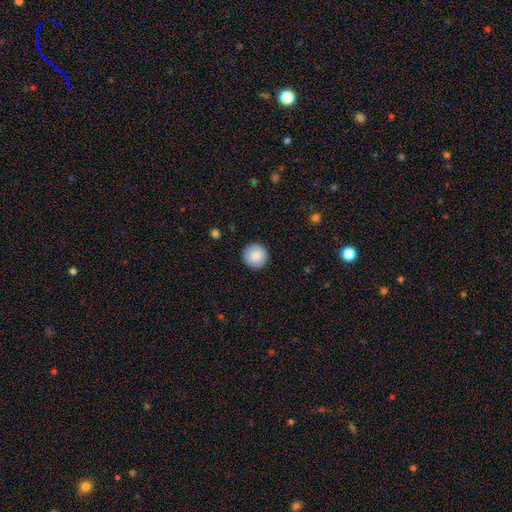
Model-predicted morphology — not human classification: The model was most divided on "smooth or featured": smooth: 85%, star or artifact: 8%, featured or disk: 7%. More confident: how rounded — round (96%); merging — none (92%).